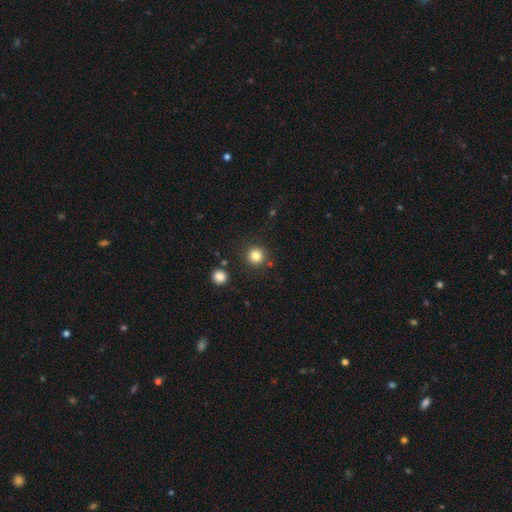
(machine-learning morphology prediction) The model was most divided on "smooth or featured": smooth: 83%, star or artifact: 12%, featured or disk: 5%. More confident: how rounded — round (95%); merging — none (88%).